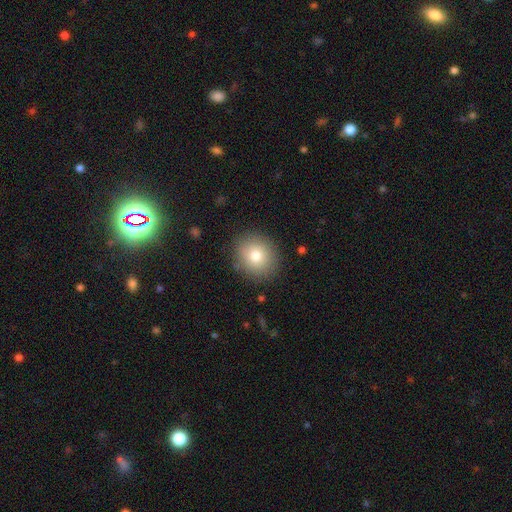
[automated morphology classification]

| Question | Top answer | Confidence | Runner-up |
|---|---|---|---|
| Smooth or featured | smooth | 79% | featured or disk (11%) |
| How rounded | round | 85% | in between (15%) |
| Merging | none | 87% | minor disturbance (8%) |